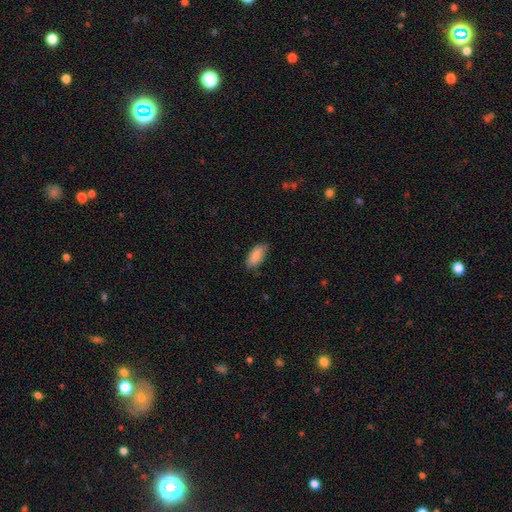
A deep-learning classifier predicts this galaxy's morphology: Smooth or featured? smooth (86%)
How rounded? in between (89%)
Merging? none (78%)